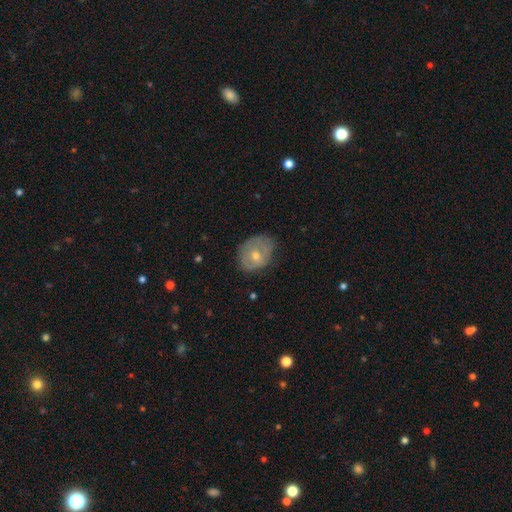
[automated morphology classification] Smooth or featured: featured or disk — 45% (tied with smooth — 45%)
Merging: none — 67% (minor disturbance — 25%)